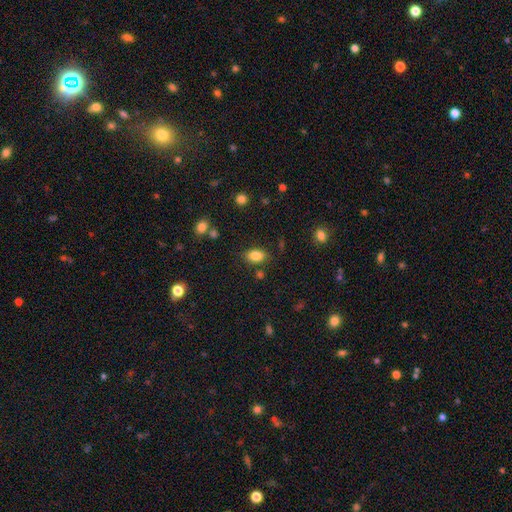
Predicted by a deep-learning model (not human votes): A smooth galaxy with no disk features (83%) that is in between round and cigar-shaped (87%).

Vote fractions:
- Smooth or featured? smooth: 83% / star or artifact: 9% / featured or disk: 8%
- How rounded? in between: 87% / round: 11% / cigar-shaped: 2%
- Merging? none: 80% / minor disturbance: 13% / merger: 4% / major disturbance: 4%